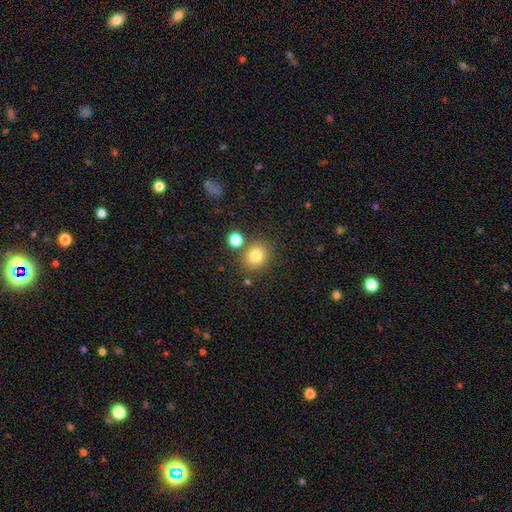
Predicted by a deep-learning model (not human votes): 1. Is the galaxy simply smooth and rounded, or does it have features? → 81% smooth, 12% star or artifact, 8% featured or disk.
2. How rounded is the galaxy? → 79% round, 20% in between, 1% cigar-shaped.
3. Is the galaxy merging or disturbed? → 76% none, 11% merger, 10% minor disturbance, 3% major disturbance.